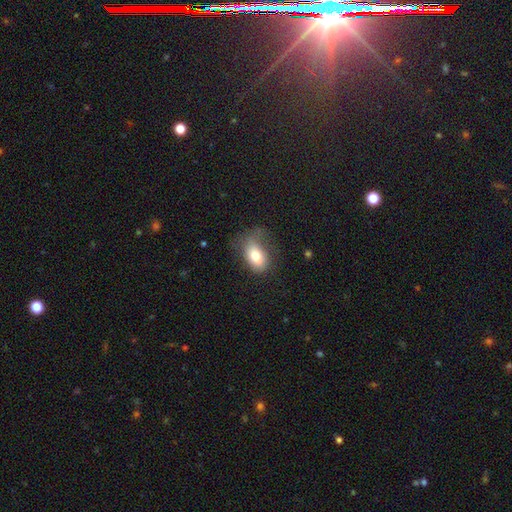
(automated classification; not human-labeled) Smooth or featured: smooth — 74% (featured or disk — 17%)
How rounded: in between — 88% (round — 10%)
Merging: none — 41% (minor disturbance — 33%)